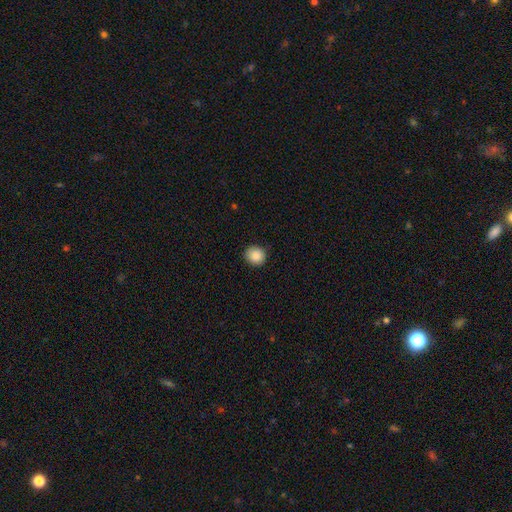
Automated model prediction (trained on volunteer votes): smooth-or-featured: smooth: 88% | star or artifact: 9% | featured or disk: 3%
  how-rounded: round: 90% | in between: 9% | cigar-shaped: 1%
  merging: none: 90% | minor disturbance: 8% | major disturbance: 2% | merger: 1%